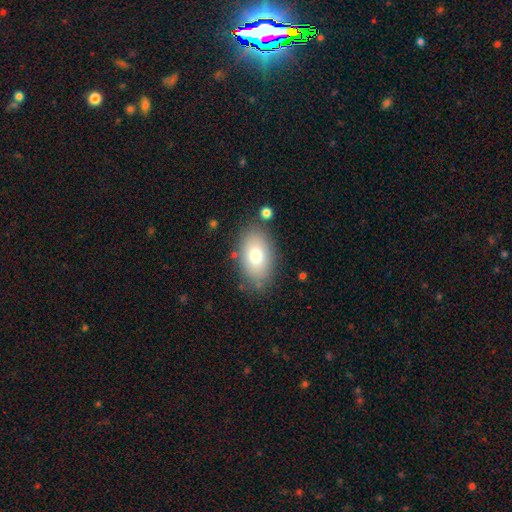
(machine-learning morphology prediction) Overall: smooth (75%). How rounded: in between (90%). Merging: none (79%).